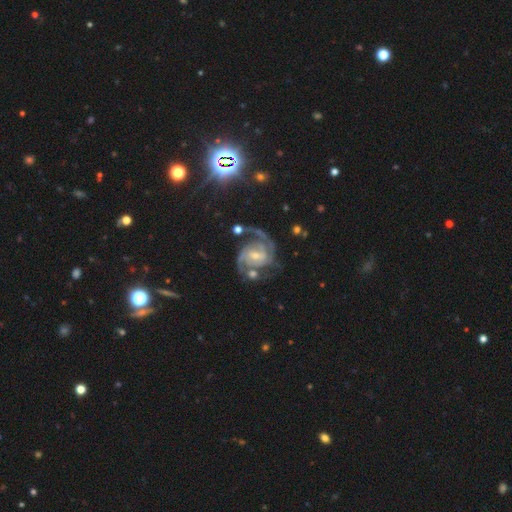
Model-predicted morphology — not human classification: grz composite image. It shows a featured or disk galaxy (91%) with a weak bar (51%), 2 (66%) medium (48%) spiral arms (98%) and a small central bulge (53%). Merging: none (58%).